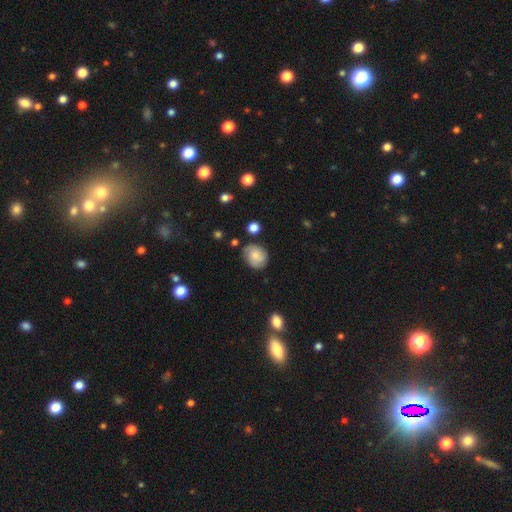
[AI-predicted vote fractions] Morphology: type=smooth (69%); roundness=round (52%); merging=none (73%).